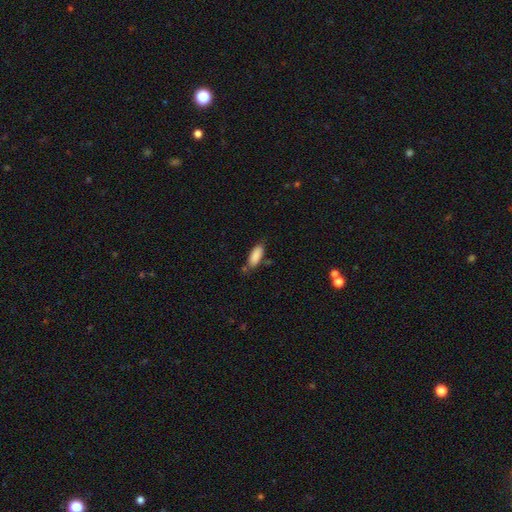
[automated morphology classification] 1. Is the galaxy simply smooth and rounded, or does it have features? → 87% smooth, 7% star or artifact, 6% featured or disk.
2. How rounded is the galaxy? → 76% in between, 22% cigar-shaped, 2% round.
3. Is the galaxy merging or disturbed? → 68% none, 22% minor disturbance, 6% merger, 5% major disturbance.